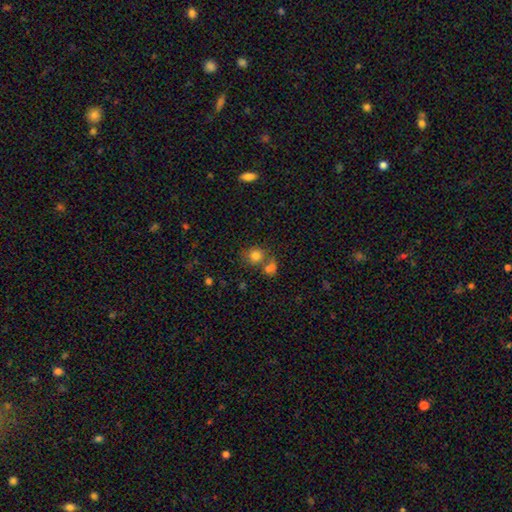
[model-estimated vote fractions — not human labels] This appears to be a smooth galaxy with no disk features (79%) that is round (79%). Merging: none (54%).